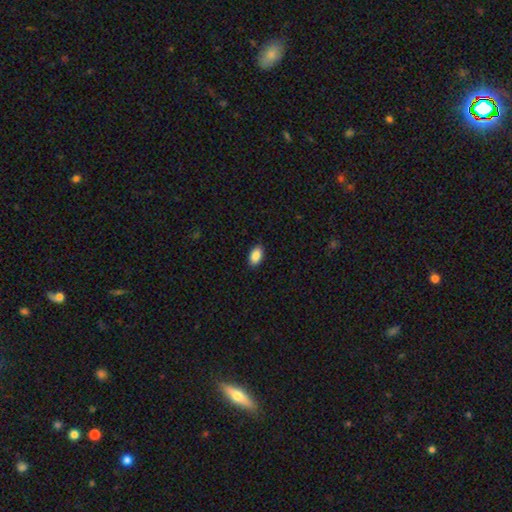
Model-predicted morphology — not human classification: This is clearly a smooth galaxy (89%). How rounded: clearly in between (93%). Merging: clearly none (89%).